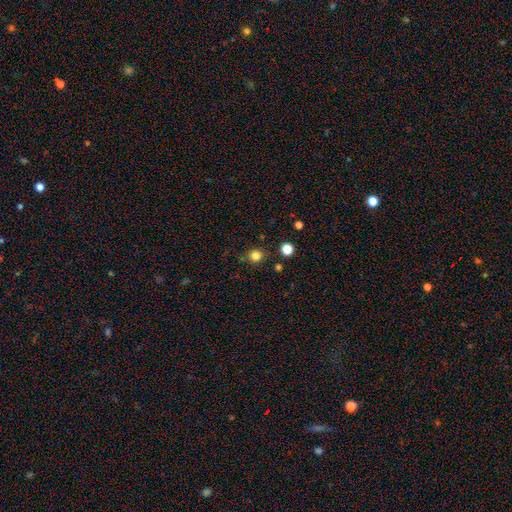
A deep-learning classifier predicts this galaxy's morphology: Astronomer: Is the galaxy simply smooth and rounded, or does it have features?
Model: smooth — 82%.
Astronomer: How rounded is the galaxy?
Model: round — 89%.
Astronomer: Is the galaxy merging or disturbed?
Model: none — 84%.